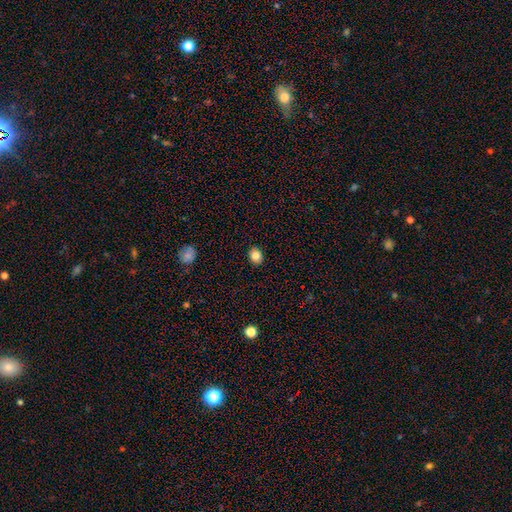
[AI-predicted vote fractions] Smooth or featured?
  - smooth: 83% *
  - star or artifact: 10%
  - featured or disk: 7%
How rounded?
  - in between: 51% *
  - round: 48%
  - cigar-shaped: 1%
Merging?
  - none: 89% *
  - minor disturbance: 8%
  - major disturbance: 2%
  - merger: 1%